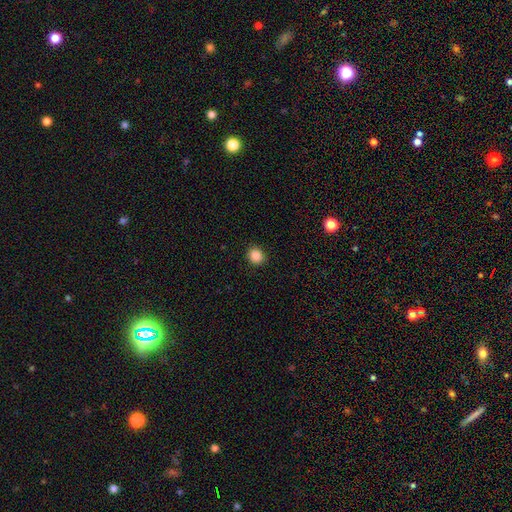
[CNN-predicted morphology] Overall: smooth (86%). How rounded: round (79%). Merging: none (91%).